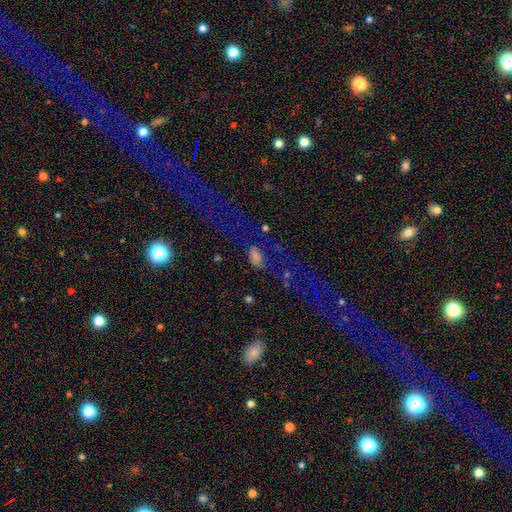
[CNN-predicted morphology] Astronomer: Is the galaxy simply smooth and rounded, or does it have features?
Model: smooth — 53% (runner-up: star or artifact, 31%).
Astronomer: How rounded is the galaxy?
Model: in between — 79%.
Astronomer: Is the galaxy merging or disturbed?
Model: none — 57%.